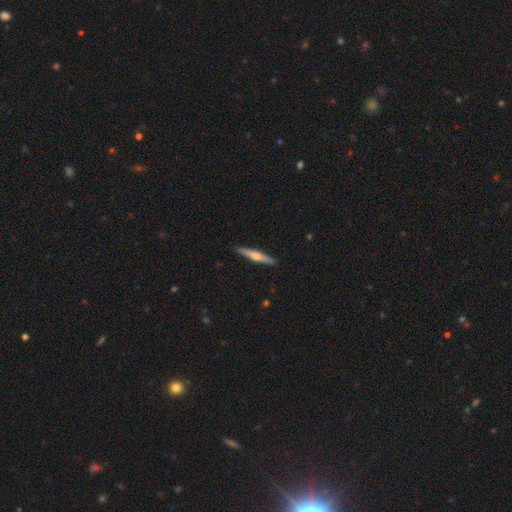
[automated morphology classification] Smooth or featured? Predicted: featured or disk (p=0.63). Edge-on disk? Predicted: yes (p=0.97). Edge-on bulge? Predicted: rounded (p=0.91). Merging? Predicted: none (p=0.91).